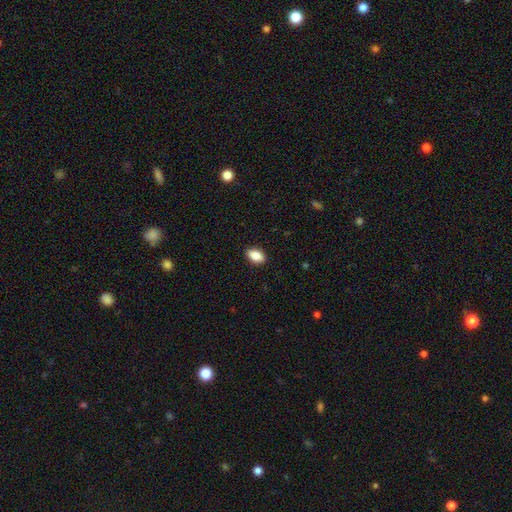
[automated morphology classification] This is clearly a smooth galaxy (88%). How rounded: clearly in between (91%). Merging: clearly none (90%).